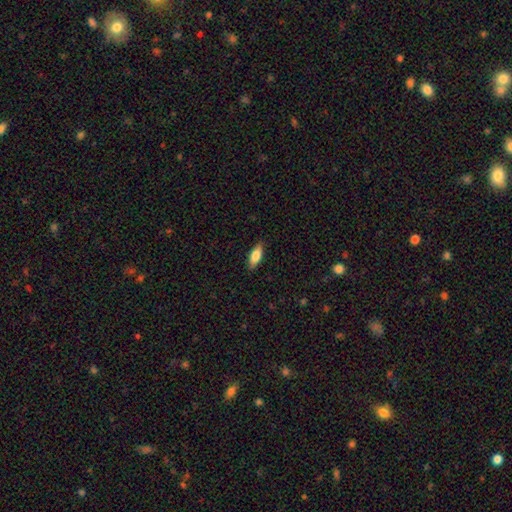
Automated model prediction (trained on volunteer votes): smooth_or_featured: smooth (p=0.79) [alt: featured or disk p=0.15]
how_rounded: in between (p=0.75) [alt: cigar-shaped p=0.23]
merging: none (p=0.87) [alt: minor disturbance p=0.10]